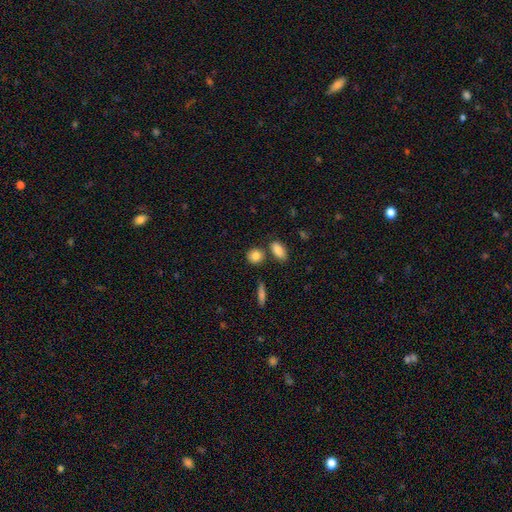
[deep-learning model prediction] This appears to be a smooth galaxy with no disk features (85%) that is round (67%). Merging: none (77%).